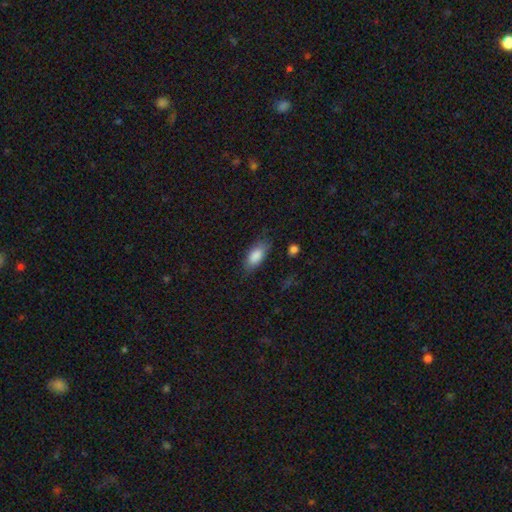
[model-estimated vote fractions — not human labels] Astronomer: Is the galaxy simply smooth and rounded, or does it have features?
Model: smooth — 85%.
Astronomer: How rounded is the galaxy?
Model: in between — 86%.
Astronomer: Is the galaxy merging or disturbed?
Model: none — 75%.